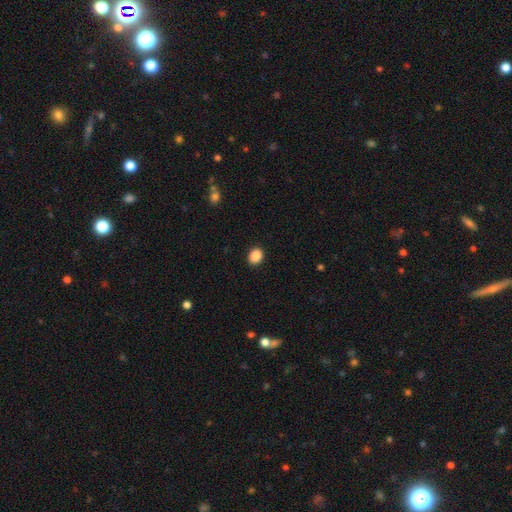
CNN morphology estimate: The model was most divided on "how rounded": round: 57%, in between: 42%, cigar-shaped: 1%. More confident: merging — none (91%); smooth or featured — smooth (89%).